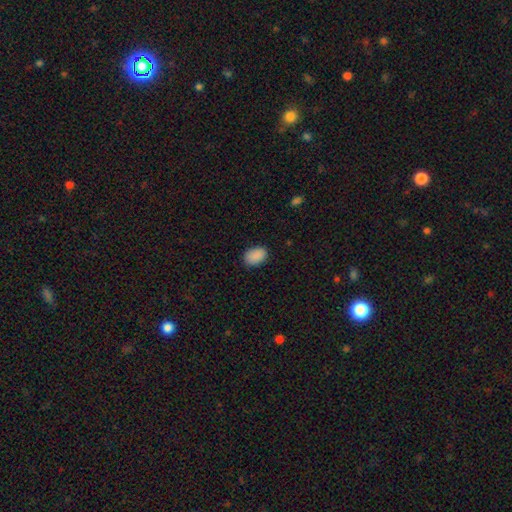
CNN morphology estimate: smooth 90%, star or artifact 8%, featured or disk 3%. Down the decision tree: how rounded — in between (85%); merging — none (85%).